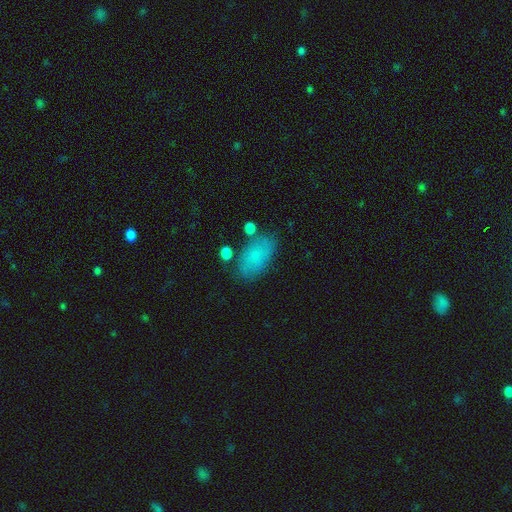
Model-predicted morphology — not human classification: This appears to be a smooth galaxy with no disk features (76%) that is in between round and cigar-shaped (92%). Merging: none (71%).